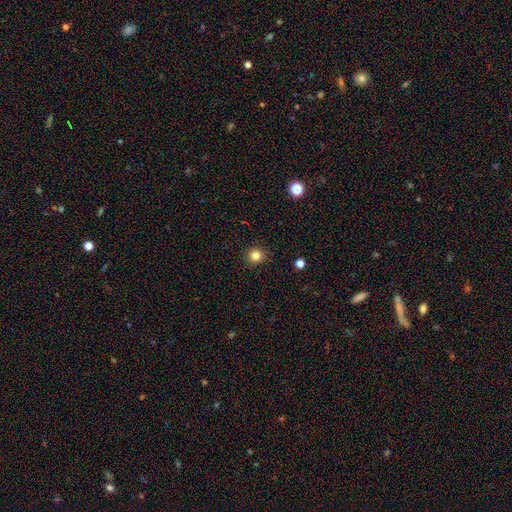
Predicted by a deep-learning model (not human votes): The model was most divided on "smooth or featured": smooth: 82%, star or artifact: 13%, featured or disk: 5%. More confident: merging — none (92%); how rounded — round (91%).